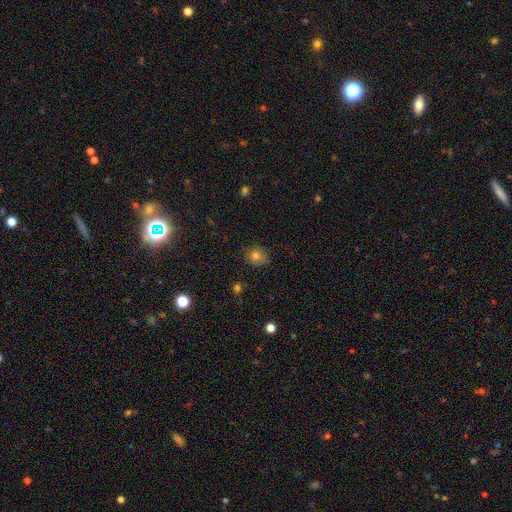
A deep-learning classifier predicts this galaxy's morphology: This is likely a smooth galaxy (78%). How rounded: likely round (68%). Merging: likely none (75%).